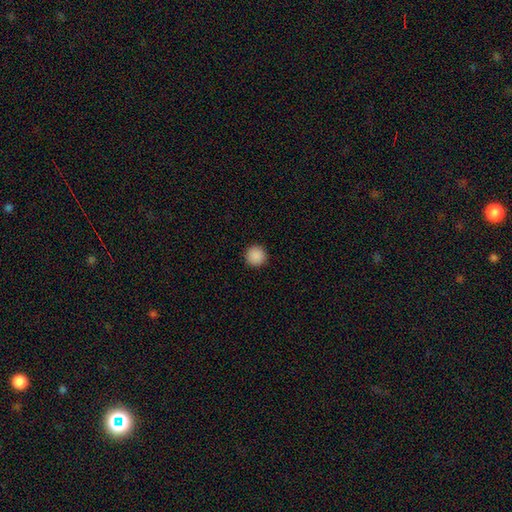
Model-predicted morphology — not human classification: type=smooth (90%); roundness=round (96%); merging=none (93%).